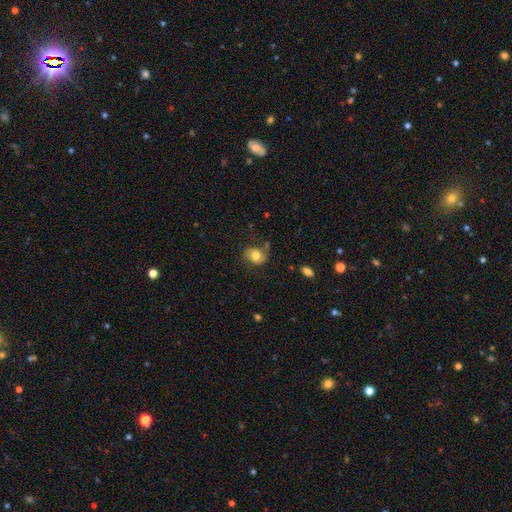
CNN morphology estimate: smooth 70%, featured or disk 22%, star or artifact 9%. Down the decision tree: how rounded — in between (60%); merging — none (63%).